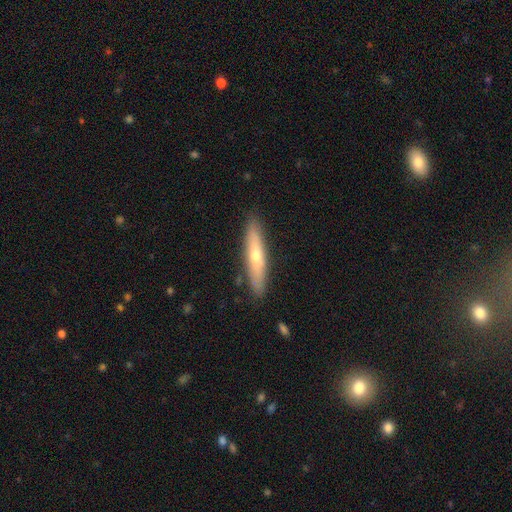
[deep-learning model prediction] A featured or disk galaxy (49%).

Vote fractions:
- Smooth or featured? featured or disk: 49% / smooth: 44% / star or artifact: 7%
- Merging? none: 88% / minor disturbance: 9% / major disturbance: 2% / merger: 1%